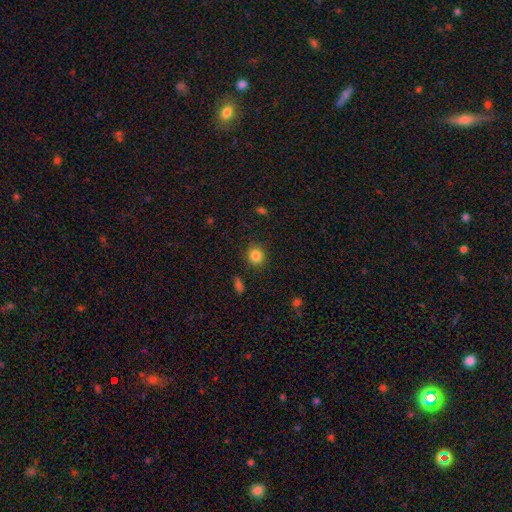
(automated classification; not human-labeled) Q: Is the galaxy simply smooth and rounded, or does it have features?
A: smooth — 84%.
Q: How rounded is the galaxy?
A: round — 85%.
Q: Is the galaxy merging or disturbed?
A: none — 89%.